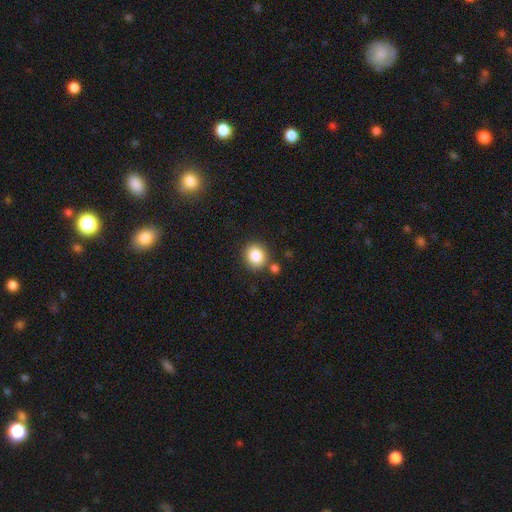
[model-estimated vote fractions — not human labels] A smooth galaxy with no disk features (85%) that is round (77%). Merging: none (80%).